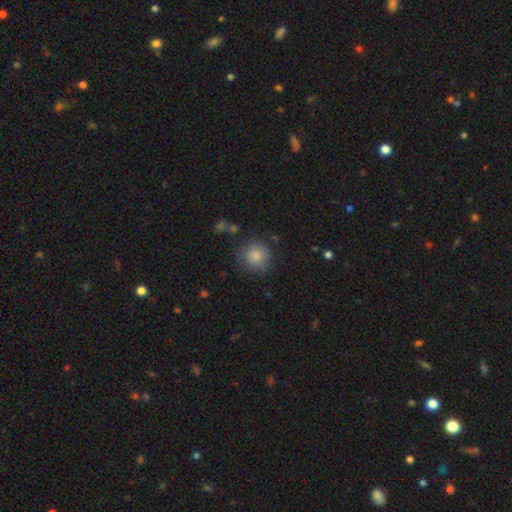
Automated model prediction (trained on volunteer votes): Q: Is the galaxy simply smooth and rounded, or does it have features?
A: smooth — 84%.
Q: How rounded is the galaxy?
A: round — 93%.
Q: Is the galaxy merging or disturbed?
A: none — 78%.